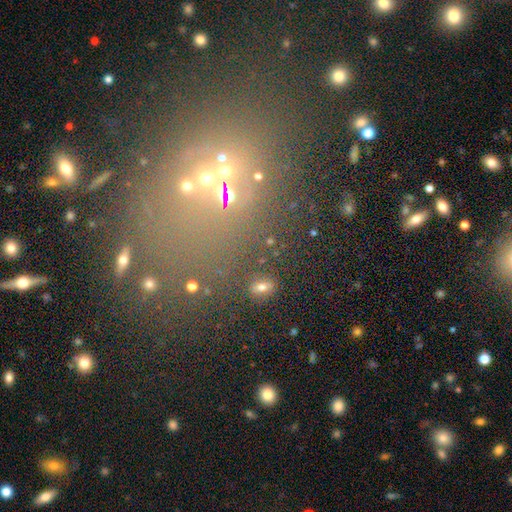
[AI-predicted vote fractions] Q: Smooth or featured?
A: star or artifact (61%); runner-up: smooth (26%)